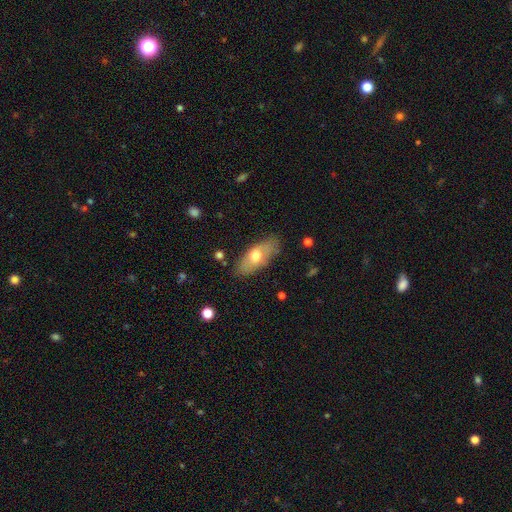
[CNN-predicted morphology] Q: Smooth or featured?
A: smooth (64%); runner-up: featured or disk (30%)
Q: How rounded?
A: in between (82%); runner-up: cigar-shaped (15%)
Q: Merging?
A: none (79%); runner-up: minor disturbance (15%)